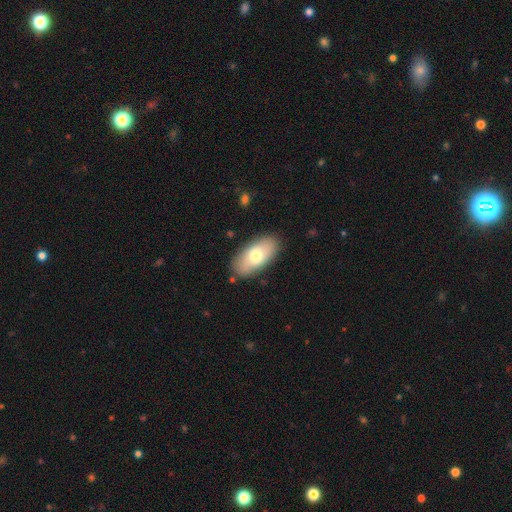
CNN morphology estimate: Q: Smooth or featured?
A: smooth (69%); runner-up: featured or disk (25%)
Q: How rounded?
A: in between (92%); runner-up: cigar-shaped (5%)
Q: Merging?
A: none (85%); runner-up: minor disturbance (11%)